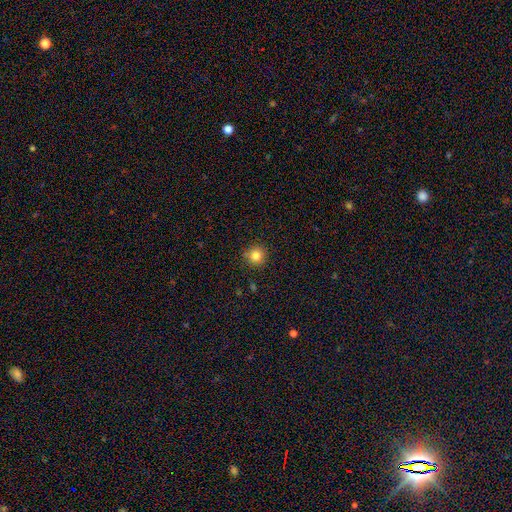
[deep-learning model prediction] This appears to be a smooth galaxy with no disk features (82%) that is round (94%). Merging: none (87%).